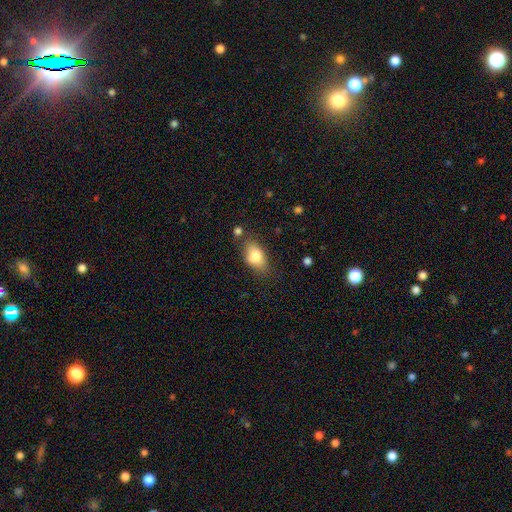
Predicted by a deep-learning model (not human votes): A smooth galaxy with no disk features (82%) that is in between round and cigar-shaped (87%). Merging: none (70%).